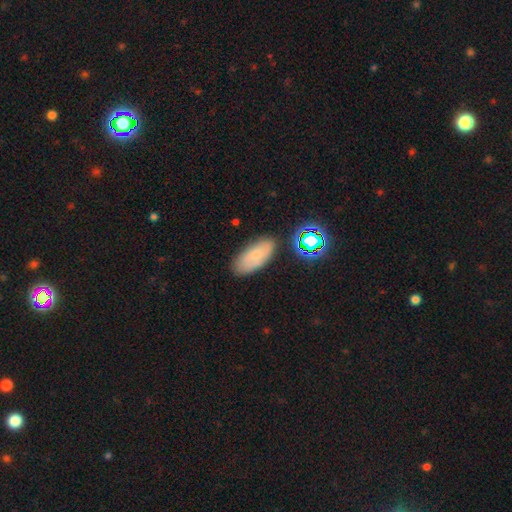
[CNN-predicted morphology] The model was most divided on "smooth or featured": smooth: 67%, featured or disk: 20%, star or artifact: 12%. More confident: how rounded — in between (88%); merging — none (77%).